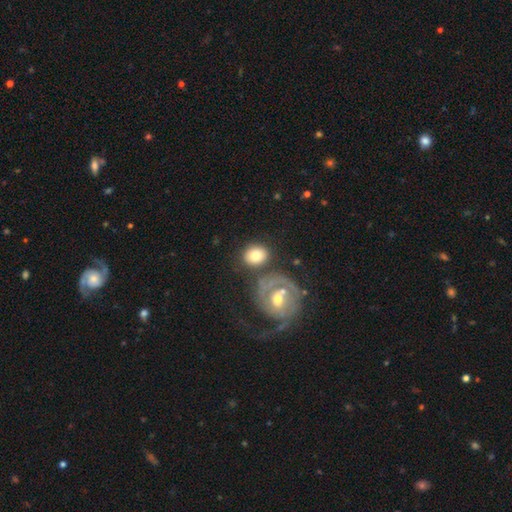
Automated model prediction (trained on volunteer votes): This appears to be a smooth galaxy with no disk features (72%) that is round (59%). Merging: none (64%).